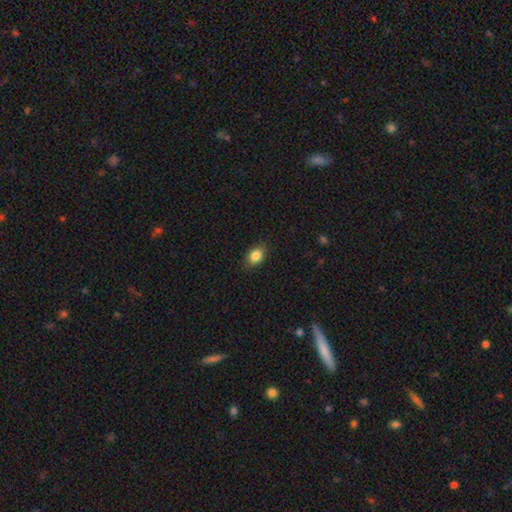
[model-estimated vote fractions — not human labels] This appears to be a smooth galaxy with no disk features (85%) that is in between round and cigar-shaped (76%). Merging: none (86%).